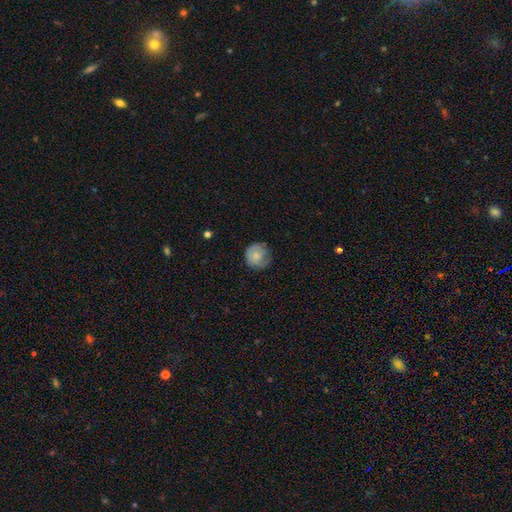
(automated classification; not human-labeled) This is likely a smooth galaxy (68%). How rounded: clearly round (89%). Merging: likely none (66%).